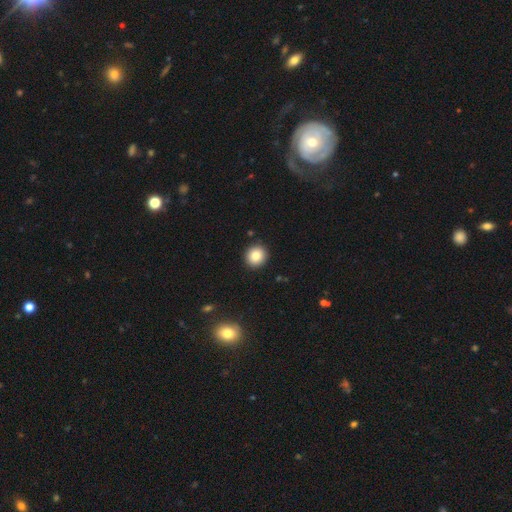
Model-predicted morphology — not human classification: Smooth or featured? smooth (82%)
How rounded? round (91%)
Merging? none (92%)